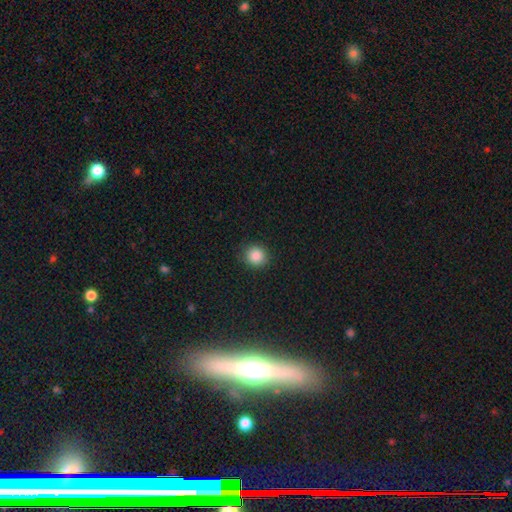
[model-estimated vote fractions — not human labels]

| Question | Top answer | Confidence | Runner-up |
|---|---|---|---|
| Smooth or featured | smooth | 86% | star or artifact (10%) |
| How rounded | round | 88% | in between (11%) |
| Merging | none | 89% | minor disturbance (8%) |